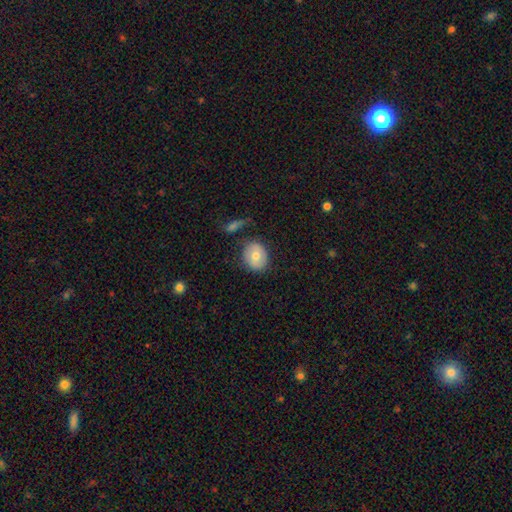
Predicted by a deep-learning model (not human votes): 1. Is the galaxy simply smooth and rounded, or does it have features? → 69% smooth, 23% featured or disk, 8% star or artifact.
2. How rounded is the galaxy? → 65% round, 34% in between, 1% cigar-shaped.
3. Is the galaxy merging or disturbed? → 73% none, 17% minor disturbance, 5% major disturbance, 5% merger.